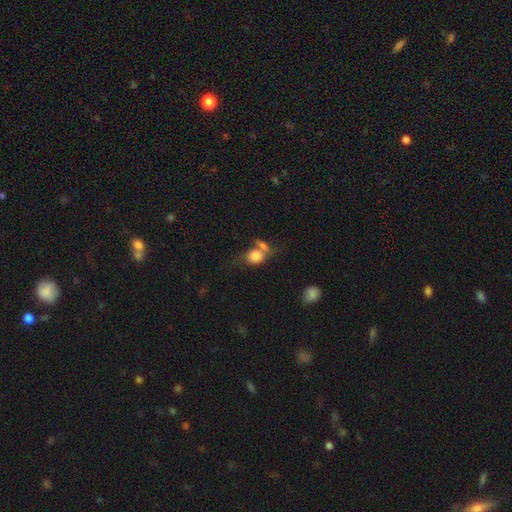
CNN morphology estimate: Overall: smooth (78%). How rounded: round (54%; in between 44%). Merging: merger (46%; none 32%).